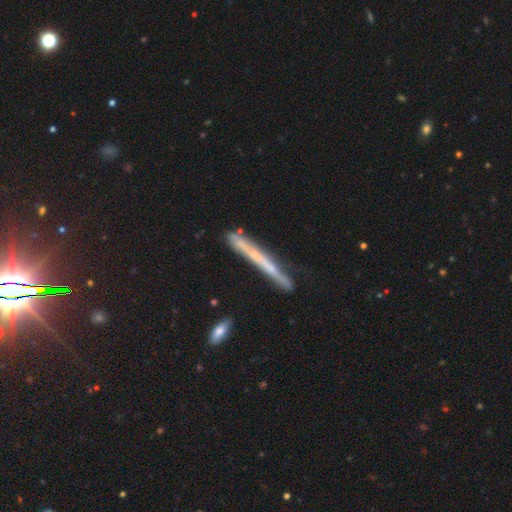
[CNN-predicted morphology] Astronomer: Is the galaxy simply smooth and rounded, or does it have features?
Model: featured or disk — 53% (runner-up: smooth, 37%).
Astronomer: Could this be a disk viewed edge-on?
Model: yes — 93%.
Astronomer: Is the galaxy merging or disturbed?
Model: none — 80%.